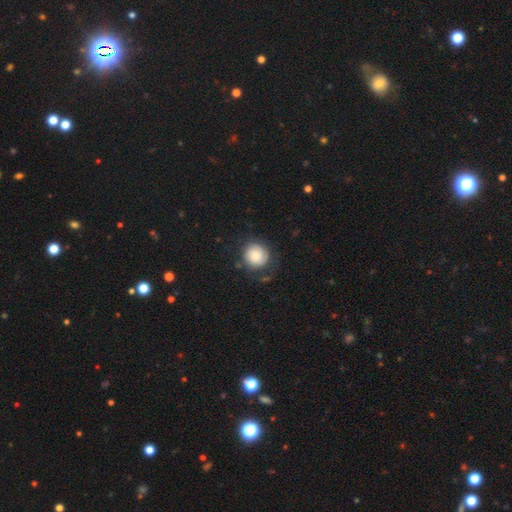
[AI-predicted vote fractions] This is possibly a smooth galaxy (58%). How rounded: clearly round (88%). Merging: likely none (67%).